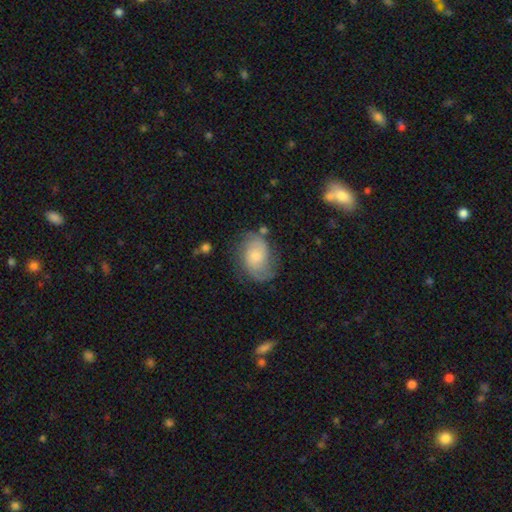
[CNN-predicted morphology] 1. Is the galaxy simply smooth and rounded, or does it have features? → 63% featured or disk, 29% smooth, 7% star or artifact.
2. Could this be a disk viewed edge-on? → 97% no, 3% yes.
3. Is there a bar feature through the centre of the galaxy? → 70% no, 27% weak, 4% strong.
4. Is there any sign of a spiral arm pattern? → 89% yes, 11% no.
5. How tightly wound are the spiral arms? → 44% medium, 29% loose, 27% tight.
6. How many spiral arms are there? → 72% 2, 14% can't tell, 6% 1, 4% 3, 2% 4, 2% more than 4.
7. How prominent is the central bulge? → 48% small, 36% moderate, 7% large, 6% none, 2% dominant.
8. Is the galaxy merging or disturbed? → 60% none, 24% minor disturbance, 13% major disturbance, 3% merger.